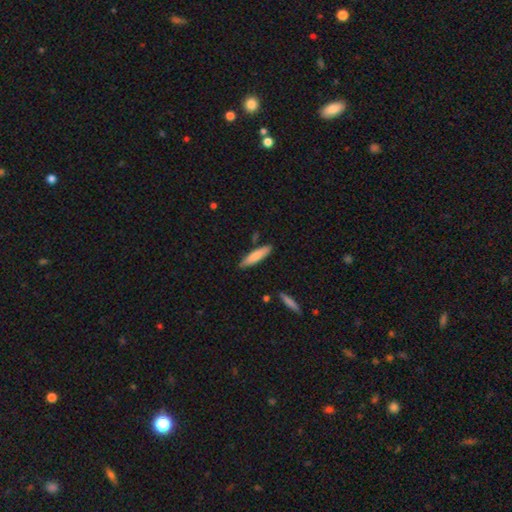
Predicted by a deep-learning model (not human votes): A smooth galaxy with no disk features (77%) that is cigar-shaped (75%).

Vote fractions:
- Smooth or featured? smooth: 77% / featured or disk: 18% / star or artifact: 5%
- How rounded? cigar-shaped: 75% / in between: 24% / round: 1%
- Merging? none: 85% / minor disturbance: 11% / merger: 3% / major disturbance: 2%